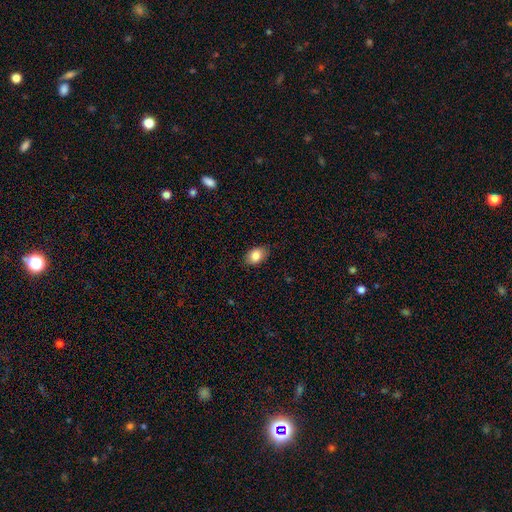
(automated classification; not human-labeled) Morphology: type=smooth (85%); roundness=in between (80%); merging=none (81%).